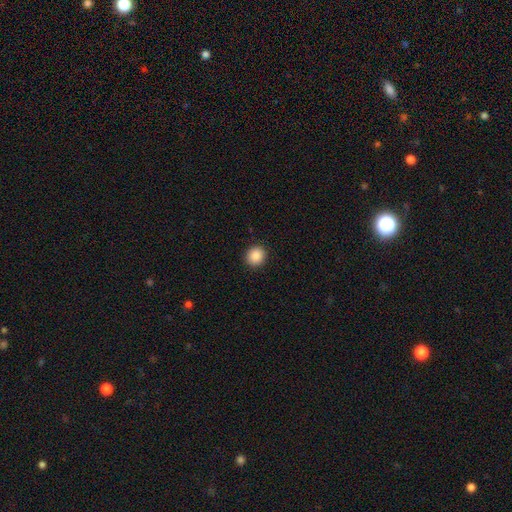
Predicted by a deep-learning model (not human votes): The model was most divided on "how rounded": round: 85%, in between: 14%, cigar-shaped: 1%. More confident: merging — none (92%); smooth or featured — smooth (89%).